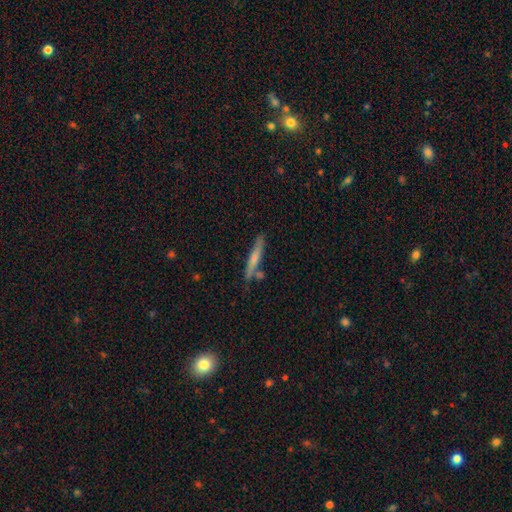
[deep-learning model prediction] The model was most divided on "smooth or featured": featured or disk: 48%, smooth: 44%, star or artifact: 8%. More confident: merging — none (78%).